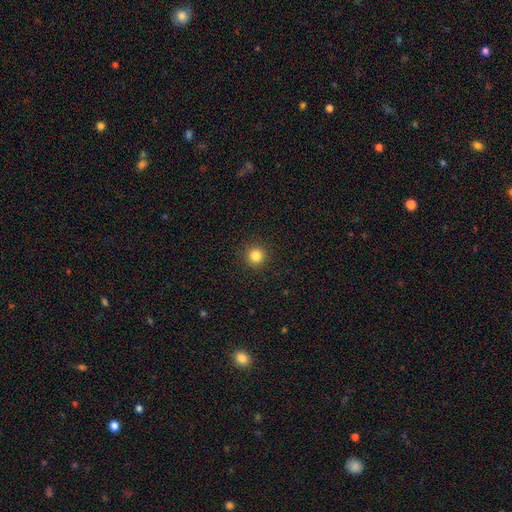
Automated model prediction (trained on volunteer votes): Morphology: type=smooth (83%); roundness=round (95%); merging=none (92%).